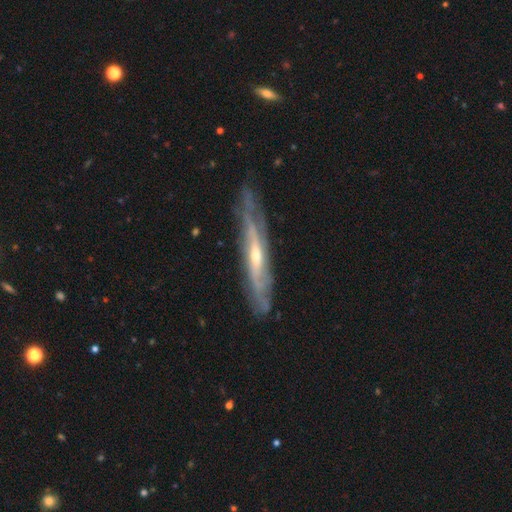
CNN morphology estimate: The model was most divided on "edge-on disk": yes: 60%, no: 40%. More confident: smooth or featured — featured or disk (79%); merging — none (72%).